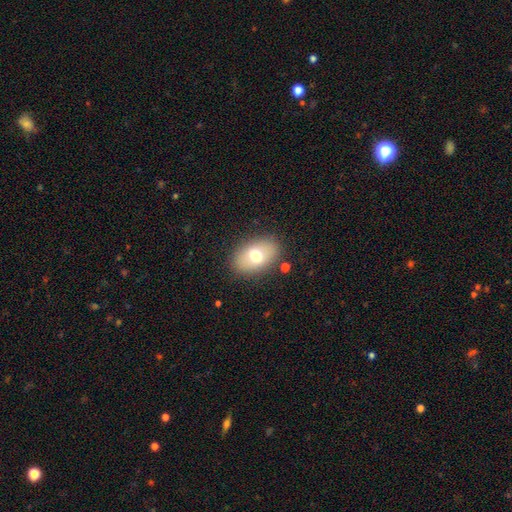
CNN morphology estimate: smooth_or_featured: smooth (p=0.68) [alt: featured or disk p=0.23]
how_rounded: in between (p=0.84) [alt: round p=0.14]
merging: none (p=0.84) [alt: minor disturbance p=0.11]